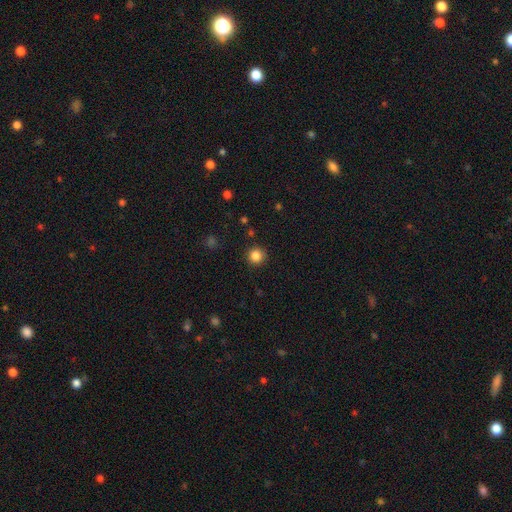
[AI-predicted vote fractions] Q: Smooth or featured?
A: smooth (85%); runner-up: star or artifact (11%)
Q: How rounded?
A: round (95%); runner-up: in between (4%)
Q: Merging?
A: none (91%); runner-up: minor disturbance (6%)